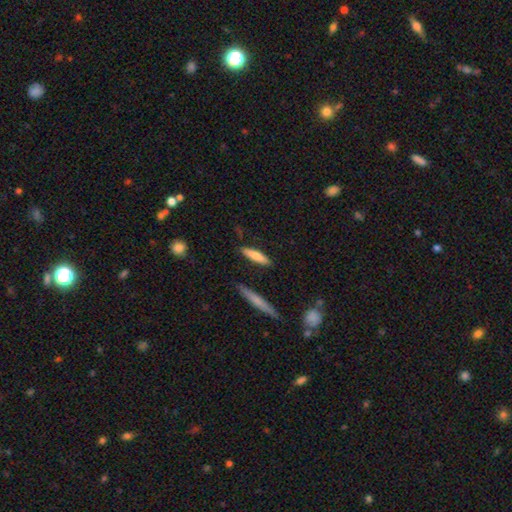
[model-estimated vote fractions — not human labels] Smooth or featured? smooth (77%)
How rounded? cigar-shaped (75%)
Merging? none (85%)